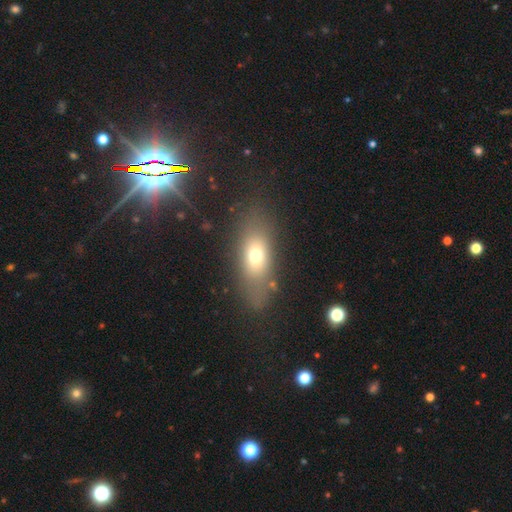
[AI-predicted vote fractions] Overall: smooth (67%). How rounded: in between (74%). Merging: none (73%).